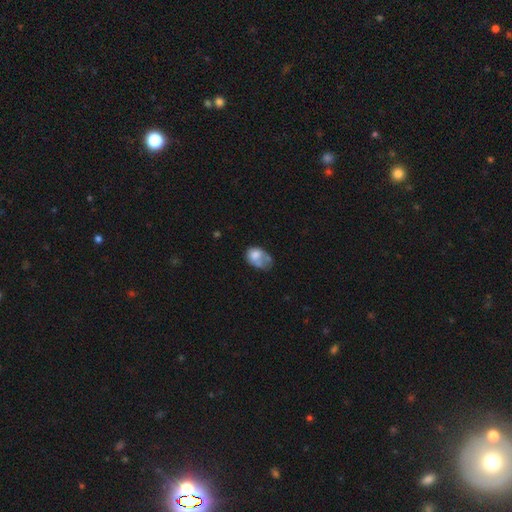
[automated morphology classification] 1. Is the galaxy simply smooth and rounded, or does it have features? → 65% smooth, 26% featured or disk, 9% star or artifact.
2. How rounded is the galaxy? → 74% in between, 24% round, 1% cigar-shaped.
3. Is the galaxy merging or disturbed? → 29% major disturbance, 28% minor disturbance, 25% none, 19% merger.